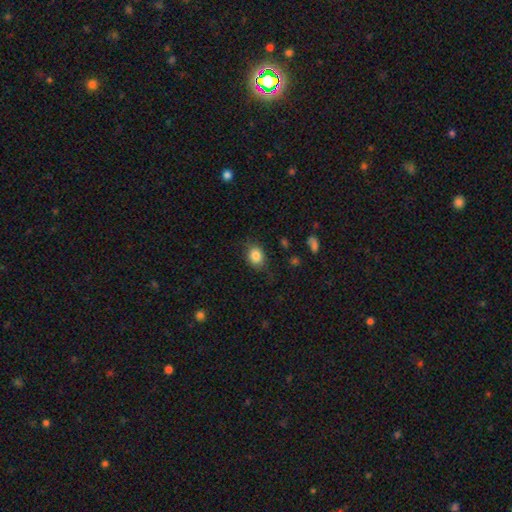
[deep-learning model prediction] Overall: smooth (84%). How rounded: in between (55%; round 44%). Merging: none (79%).